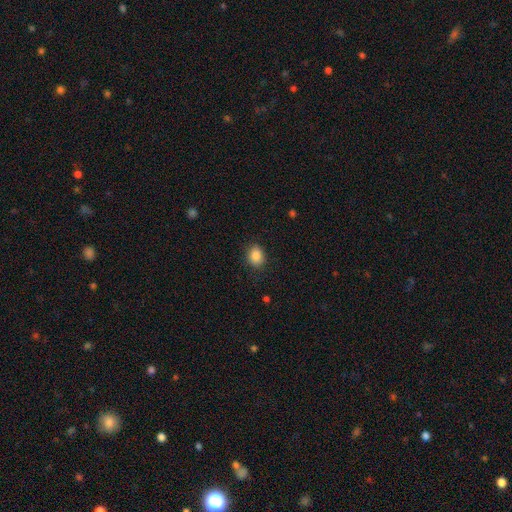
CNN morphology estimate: Q: Smooth or featured?
A: smooth (87%); runner-up: star or artifact (9%)
Q: How rounded?
A: in between (50%); runner-up: round (49%)
Q: Merging?
A: none (85%); runner-up: minor disturbance (11%)